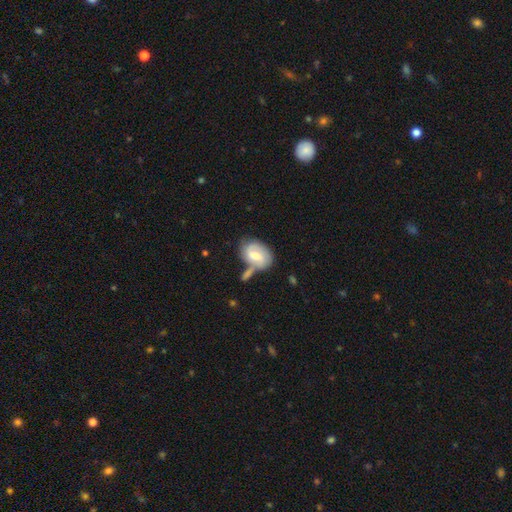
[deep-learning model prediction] The model was most divided on "merging": none: 38%, merger: 30%, minor disturbance: 21%, major disturbance: 11%. More confident: edge-on disk — no (96%); spiral arms — yes (76%); bulge size — moderate (63%); smooth or featured — featured or disk (53%); bar — weak (52%).